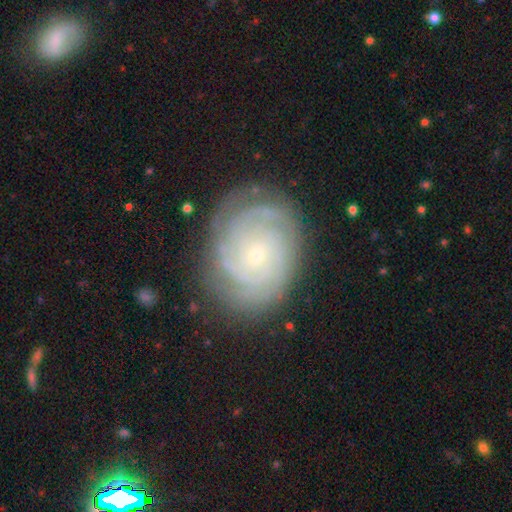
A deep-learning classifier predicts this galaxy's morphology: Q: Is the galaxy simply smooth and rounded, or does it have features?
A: featured or disk — 82%.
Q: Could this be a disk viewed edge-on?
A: no — 97%.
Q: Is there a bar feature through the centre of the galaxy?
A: no — 81%.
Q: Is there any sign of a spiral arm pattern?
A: yes — 96%.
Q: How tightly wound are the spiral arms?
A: tight — 78%.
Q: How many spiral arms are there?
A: can't tell — 30%.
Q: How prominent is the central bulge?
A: small — 84%.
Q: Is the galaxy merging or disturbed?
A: none — 80%.